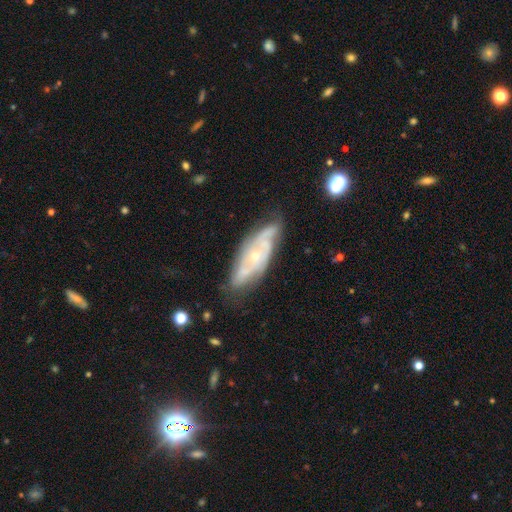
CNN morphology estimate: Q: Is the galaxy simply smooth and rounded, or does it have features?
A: featured or disk — 77%.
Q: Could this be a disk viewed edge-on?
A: no — 85%.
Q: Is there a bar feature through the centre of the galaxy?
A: no — 76%.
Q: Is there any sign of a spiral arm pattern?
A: yes — 83%.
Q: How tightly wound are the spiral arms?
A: tight — 54%.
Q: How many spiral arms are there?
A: can't tell — 40%.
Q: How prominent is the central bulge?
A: small — 65%.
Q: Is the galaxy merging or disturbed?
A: none — 64%.